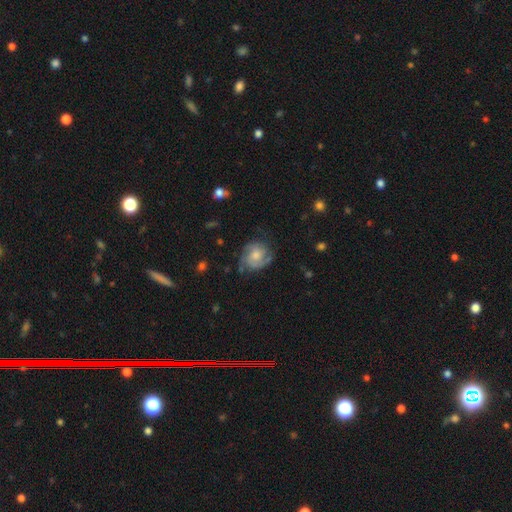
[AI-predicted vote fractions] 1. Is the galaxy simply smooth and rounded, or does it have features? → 73% featured or disk, 21% smooth, 7% star or artifact.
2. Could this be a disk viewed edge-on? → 98% no, 2% yes.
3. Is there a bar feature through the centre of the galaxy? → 71% no, 25% weak, 4% strong.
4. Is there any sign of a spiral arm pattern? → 93% yes, 7% no.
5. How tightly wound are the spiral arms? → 47% tight, 40% medium, 12% loose.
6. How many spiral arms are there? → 49% 2, 21% 3, 18% can't tell, 5% 1, 4% 4, 3% more than 4.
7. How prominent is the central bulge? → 53% moderate, 29% small, 11% large, 6% none, 2% dominant.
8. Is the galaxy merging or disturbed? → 67% none, 21% minor disturbance, 10% major disturbance, 2% merger.